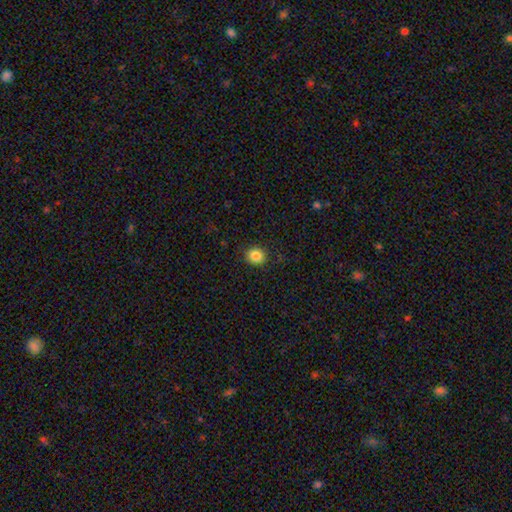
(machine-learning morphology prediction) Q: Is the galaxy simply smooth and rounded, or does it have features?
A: smooth — 85%.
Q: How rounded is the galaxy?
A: round — 83%.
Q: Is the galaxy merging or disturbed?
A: none — 89%.